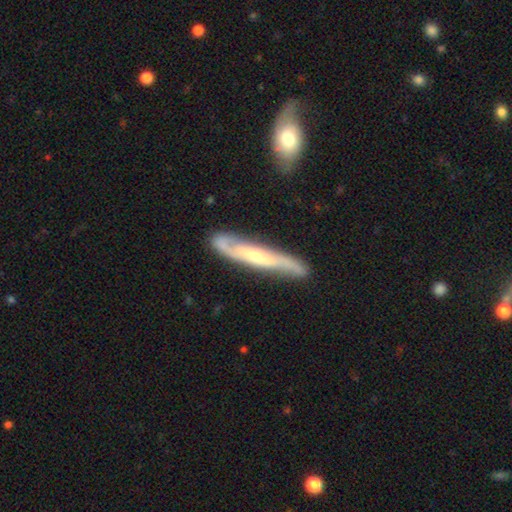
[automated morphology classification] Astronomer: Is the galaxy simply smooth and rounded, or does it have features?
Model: featured or disk — 72%.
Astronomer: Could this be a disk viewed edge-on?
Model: yes — 51% (runner-up: no, 49%).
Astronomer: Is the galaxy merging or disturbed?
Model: none — 75%.